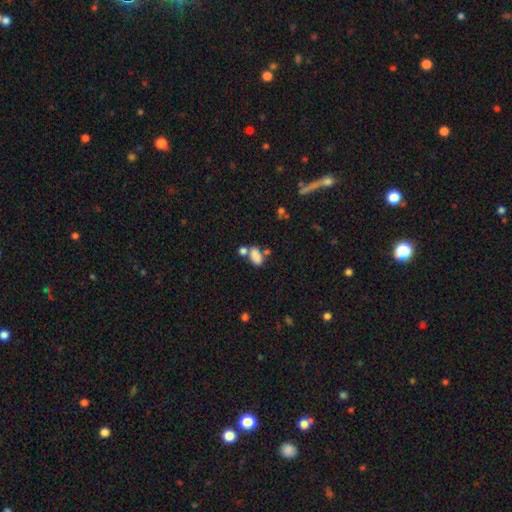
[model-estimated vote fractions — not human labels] smooth_or_featured: smooth (p=0.80) [alt: star or artifact p=0.10]
how_rounded: in between (p=0.89) [alt: round p=0.08]
merging: merger (p=0.41) [alt: none p=0.39]